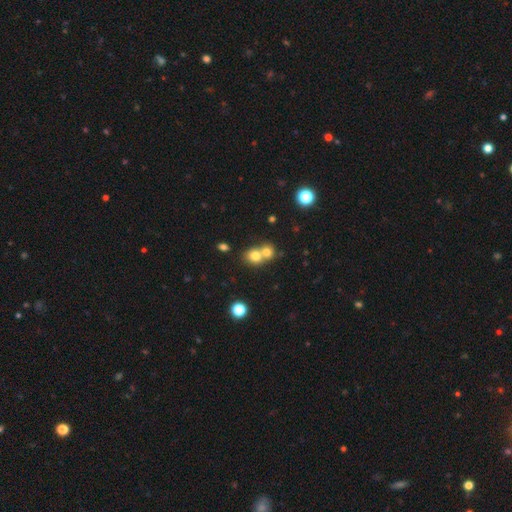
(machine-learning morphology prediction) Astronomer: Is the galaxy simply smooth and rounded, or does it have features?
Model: smooth — 76%.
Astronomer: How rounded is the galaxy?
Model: round — 69%.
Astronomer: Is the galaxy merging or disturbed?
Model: merger — 61%.